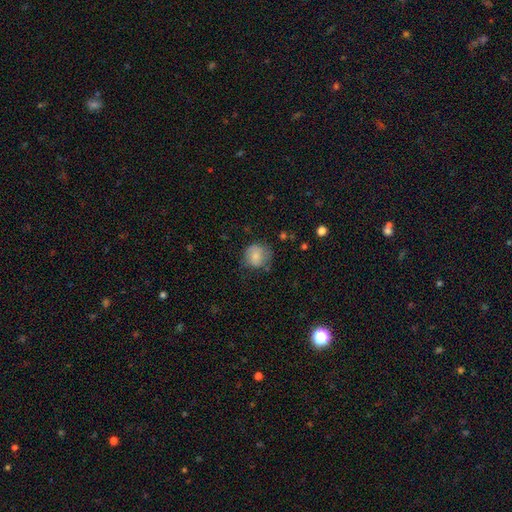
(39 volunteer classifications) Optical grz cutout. It shows a smooth galaxy with no disk features (87%) that is round (76%). Merging: none (65%).